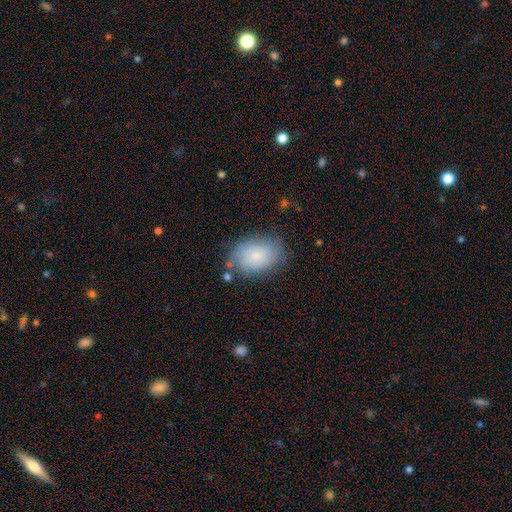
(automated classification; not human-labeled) Smooth or featured? smooth (74%)
How rounded? in between (82%)
Merging? none (72%)